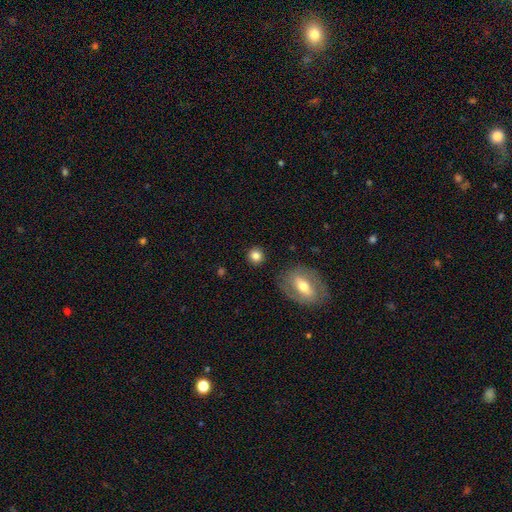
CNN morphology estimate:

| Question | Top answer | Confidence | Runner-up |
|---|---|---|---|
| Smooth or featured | smooth | 81% | star or artifact (10%) |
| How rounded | round | 90% | in between (9%) |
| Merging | none | 88% | minor disturbance (7%) |